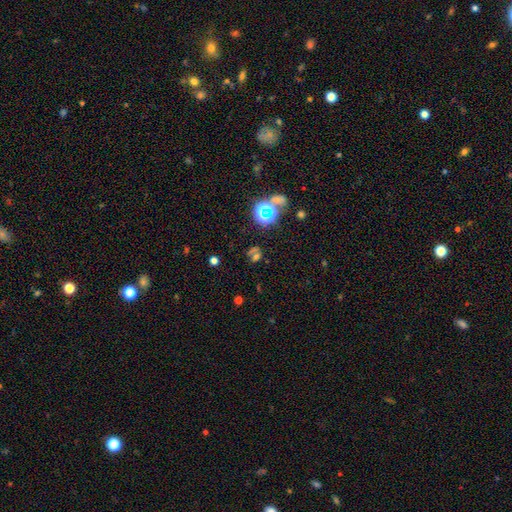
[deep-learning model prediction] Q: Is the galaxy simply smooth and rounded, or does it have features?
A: star or artifact — 52%.